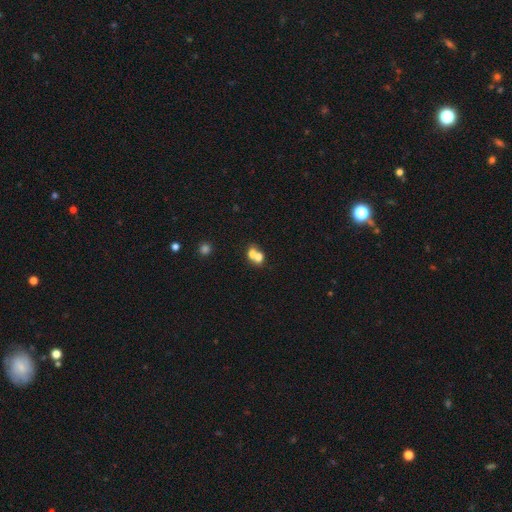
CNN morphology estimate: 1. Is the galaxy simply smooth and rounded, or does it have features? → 68% smooth, 20% featured or disk, 12% star or artifact.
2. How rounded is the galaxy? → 54% round, 44% in between, 1% cigar-shaped.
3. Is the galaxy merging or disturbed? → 64% merger, 26% none, 6% minor disturbance, 3% major disturbance.